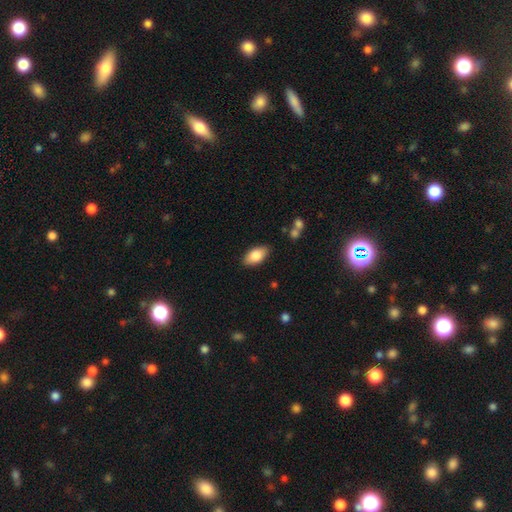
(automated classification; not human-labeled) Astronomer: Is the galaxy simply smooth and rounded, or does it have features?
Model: smooth — 82%.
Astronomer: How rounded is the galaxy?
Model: in between — 92%.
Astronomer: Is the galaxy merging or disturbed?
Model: none — 86%.